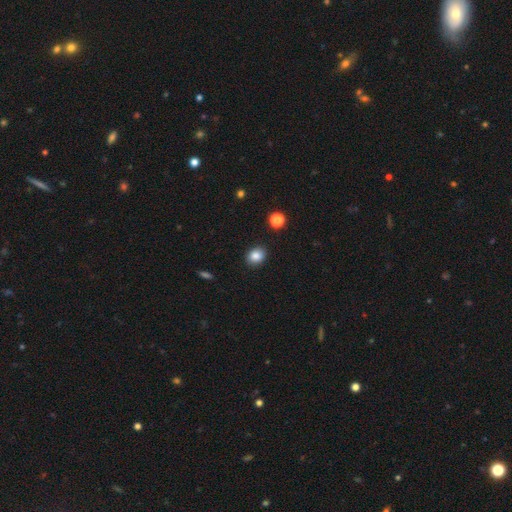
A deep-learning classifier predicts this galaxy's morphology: Overall: smooth (85%). How rounded: round (55%; in between 44%). Merging: none (89%).